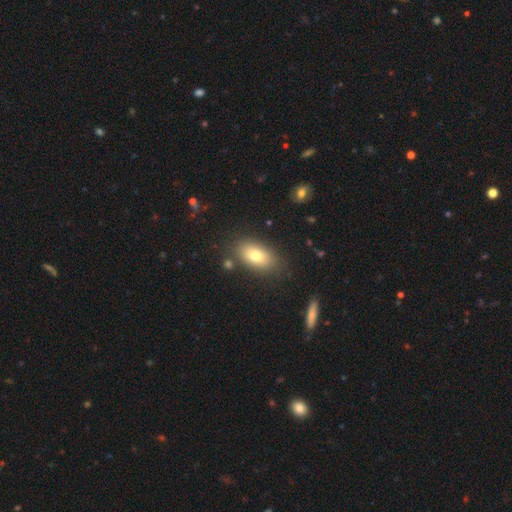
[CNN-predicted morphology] The model was most divided on "smooth or featured": smooth: 76%, featured or disk: 15%, star or artifact: 9%. More confident: how rounded — in between (90%); merging — none (83%).